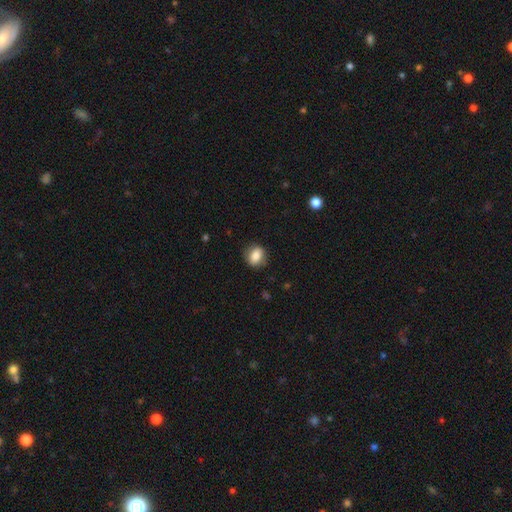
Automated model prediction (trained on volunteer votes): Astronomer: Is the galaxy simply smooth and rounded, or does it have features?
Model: smooth — 82%.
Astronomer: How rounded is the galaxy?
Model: round — 51% (runner-up: in between, 47%).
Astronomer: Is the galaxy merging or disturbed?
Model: none — 84%.